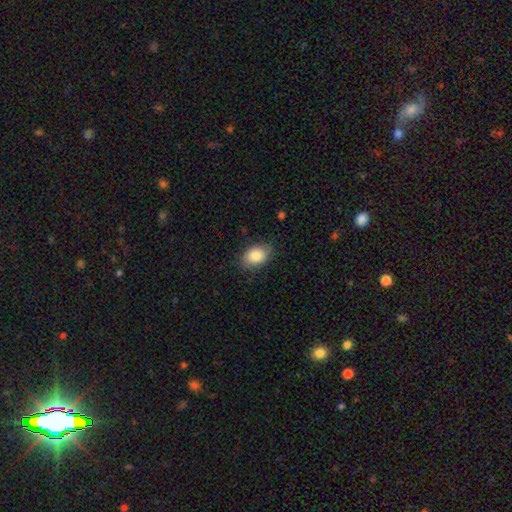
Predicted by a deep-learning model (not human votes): The model was most divided on "merging": none: 81%, minor disturbance: 15%, major disturbance: 3%, merger: 1%. More confident: smooth or featured — smooth (86%); how rounded — in between (85%).